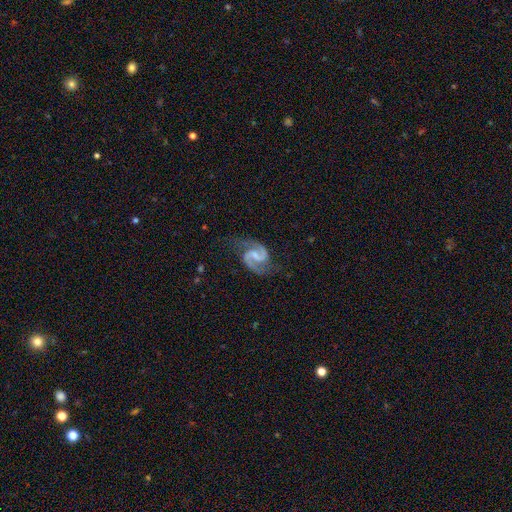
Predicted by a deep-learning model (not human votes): smooth_or_featured: featured or disk (p=0.92) [alt: star or artifact p=0.04]
disk_edge_on: no (p=0.98) [alt: yes p=0.02]
bar: weak (p=0.54) [alt: no p=0.23]
has_spiral_arms: yes (p=0.98) [alt: no p=0.02]
spiral_winding: medium (p=0.61) [alt: loose p=0.25]
spiral_arm_count: 2 (p=0.94) [alt: can't tell p=0.01]
bulge_size: none (p=0.39) [alt: small p=0.38]
merging: none (p=0.74) [alt: minor disturbance p=0.17]